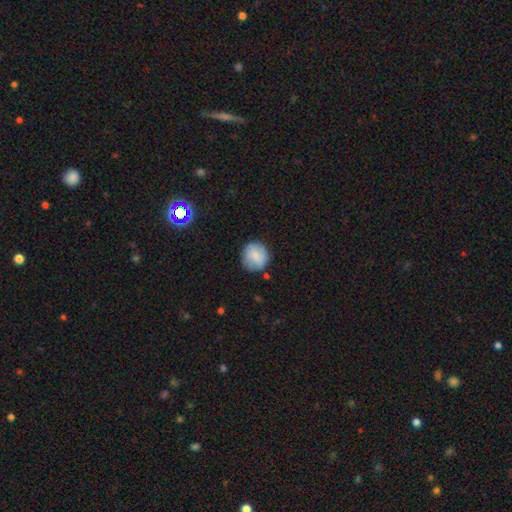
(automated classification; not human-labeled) Overall: smooth (74%). How rounded: round (90%). Merging: none (78%).